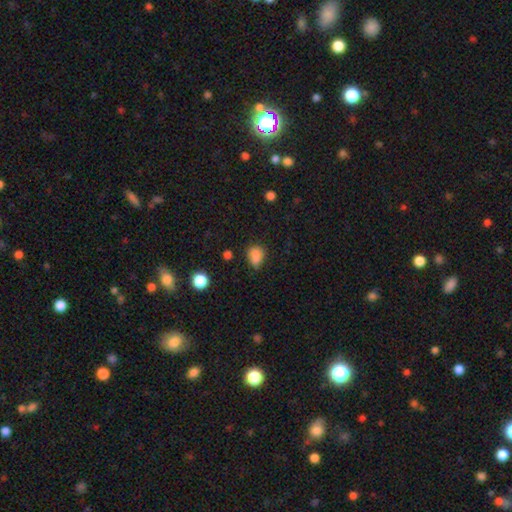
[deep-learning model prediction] Smooth or featured? Predicted: smooth (p=0.84). How rounded? Predicted: in between (p=0.64). Merging? Predicted: none (p=0.62).